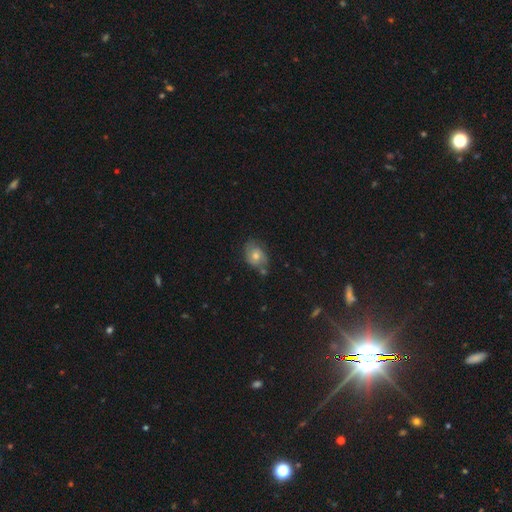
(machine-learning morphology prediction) A smooth galaxy with no disk features (50%). Merging: none (61%).